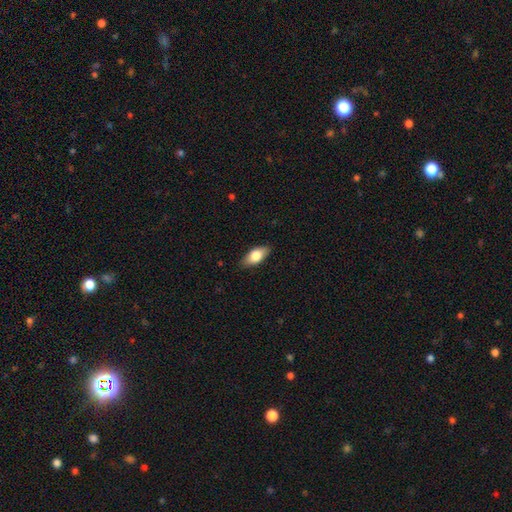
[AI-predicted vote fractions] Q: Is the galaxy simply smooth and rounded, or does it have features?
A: smooth — 77%.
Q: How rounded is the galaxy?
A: in between — 88%.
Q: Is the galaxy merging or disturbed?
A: none — 85%.